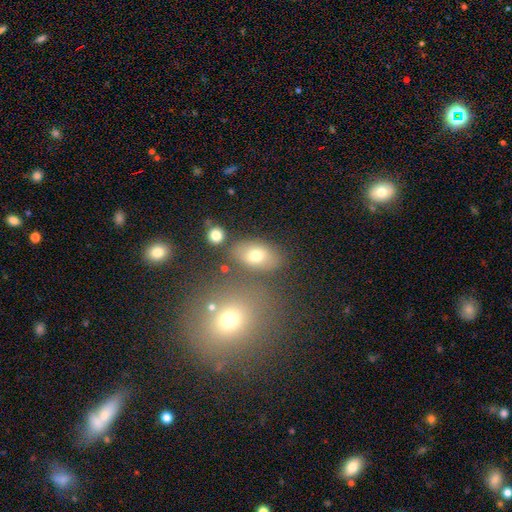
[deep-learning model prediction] Q: Smooth or featured?
A: smooth (72%); runner-up: featured or disk (16%)
Q: How rounded?
A: in between (84%); runner-up: round (14%)
Q: Merging?
A: none (73%); runner-up: minor disturbance (13%)